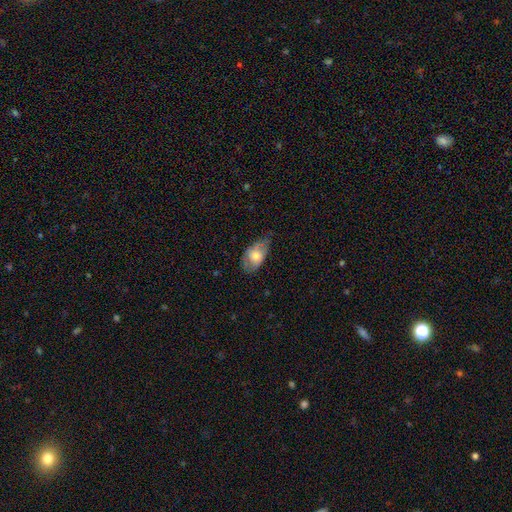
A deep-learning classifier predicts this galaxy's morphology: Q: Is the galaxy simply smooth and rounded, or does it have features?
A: smooth — 67%.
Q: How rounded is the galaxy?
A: in between — 90%.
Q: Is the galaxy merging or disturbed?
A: none — 49%.